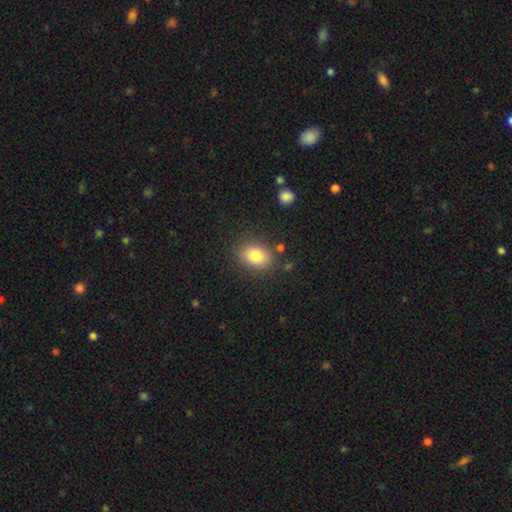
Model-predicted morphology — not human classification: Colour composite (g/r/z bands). It shows a smooth galaxy with no disk features (82%) that is in between round and cigar-shaped (71%). Merging: none (84%).